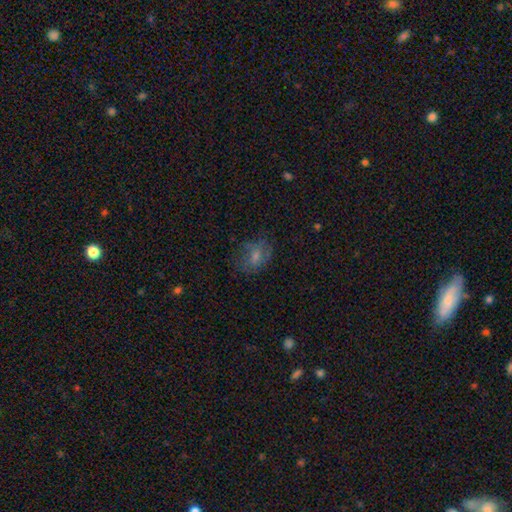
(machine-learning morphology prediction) Smooth or featured? smooth (49%)
Merging? none (64%)